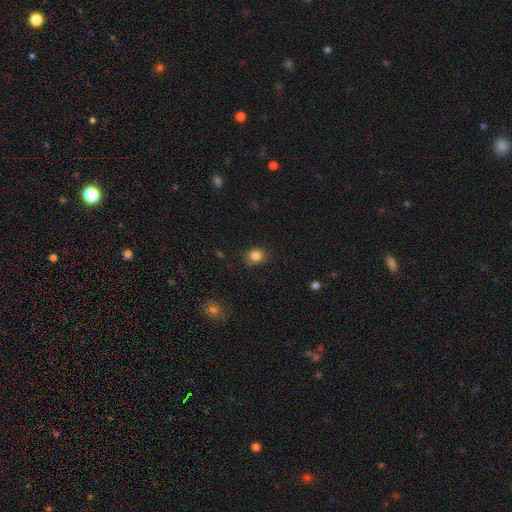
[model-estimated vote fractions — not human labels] Smooth or featured: smooth — 85% (star or artifact — 11%)
How rounded: round — 68% (in between — 31%)
Merging: none — 76% (minor disturbance — 18%)